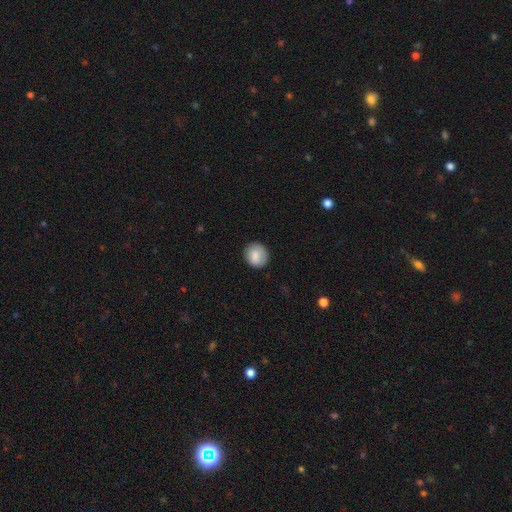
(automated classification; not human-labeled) Smooth or featured? Predicted: smooth (p=0.85). How rounded? Predicted: round (p=0.84). Merging? Predicted: none (p=0.85).